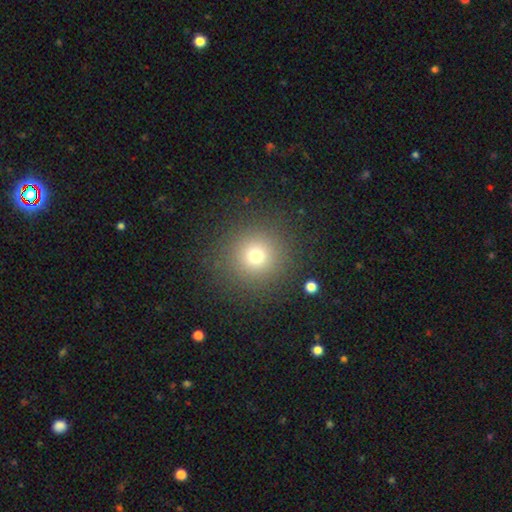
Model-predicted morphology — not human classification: smooth 72%, star or artifact 18%, featured or disk 10%. Down the decision tree: how rounded — round (95%); merging — none (88%).